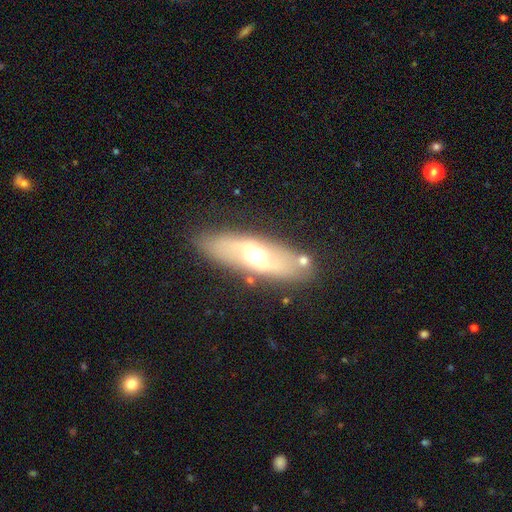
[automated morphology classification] Q: Smooth or featured?
A: featured or disk (60%); runner-up: smooth (34%)
Q: Edge-on disk?
A: no (73%); runner-up: yes (27%)
Q: Merging?
A: none (78%); runner-up: minor disturbance (13%)